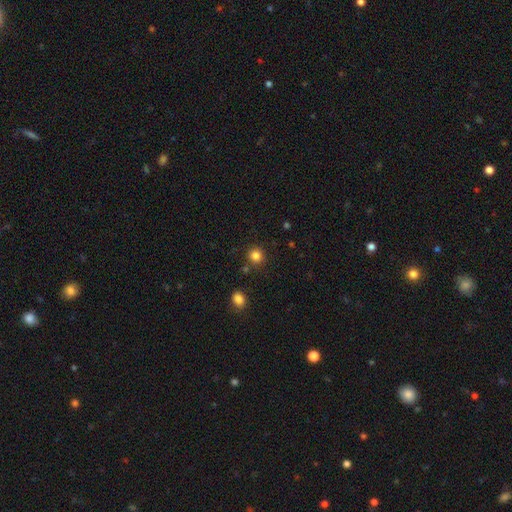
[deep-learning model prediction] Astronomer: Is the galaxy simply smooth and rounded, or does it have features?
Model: smooth — 83%.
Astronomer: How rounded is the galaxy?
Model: round — 90%.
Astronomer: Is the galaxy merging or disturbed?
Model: none — 84%.